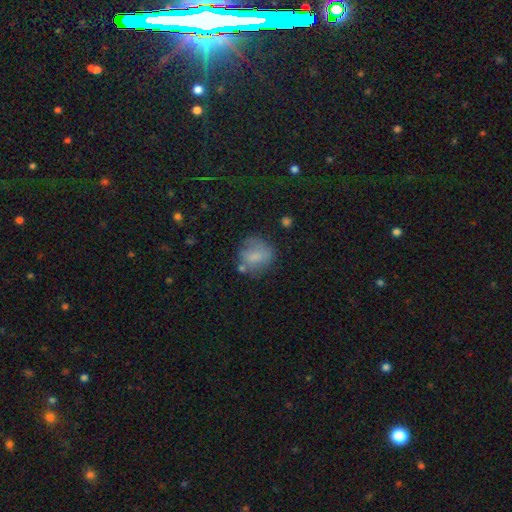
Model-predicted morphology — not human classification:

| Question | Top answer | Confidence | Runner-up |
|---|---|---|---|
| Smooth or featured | smooth | 72% | featured or disk (18%) |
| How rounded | round | 72% | in between (26%) |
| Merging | none | 58% | minor disturbance (23%) |